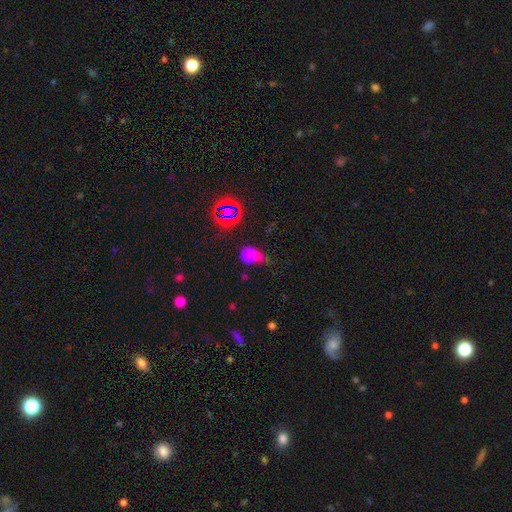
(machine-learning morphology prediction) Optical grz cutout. It shows a smooth galaxy with no disk features (69%) that is round (55%). Merging: minor disturbance (35%).